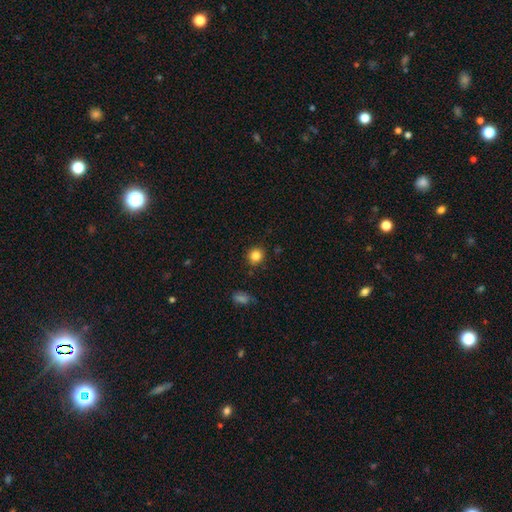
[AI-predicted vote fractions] Q: Smooth or featured?
A: smooth (83%); runner-up: star or artifact (11%)
Q: How rounded?
A: round (88%); runner-up: in between (11%)
Q: Merging?
A: none (88%); runner-up: minor disturbance (8%)